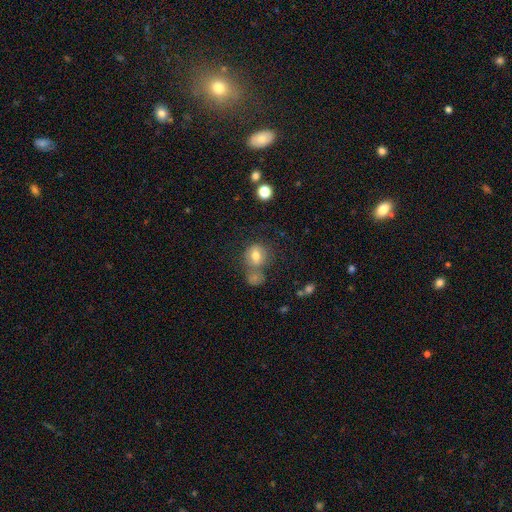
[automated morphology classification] Smooth or featured?
  - smooth: 73% *
  - featured or disk: 16%
  - star or artifact: 11%
How rounded?
  - round: 65% *
  - in between: 34%
  - cigar-shaped: 1%
Merging?
  - none: 49% *
  - merger: 30%
  - minor disturbance: 14%
  - major disturbance: 7%